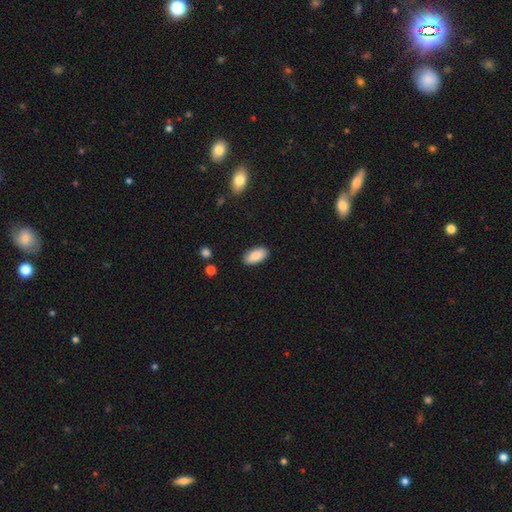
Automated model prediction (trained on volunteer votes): Smooth or featured?
  - smooth: 88% *
  - star or artifact: 6%
  - featured or disk: 6%
How rounded?
  - in between: 93% *
  - cigar-shaped: 5%
  - round: 2%
Merging?
  - none: 88% *
  - minor disturbance: 9%
  - major disturbance: 2%
  - merger: 1%